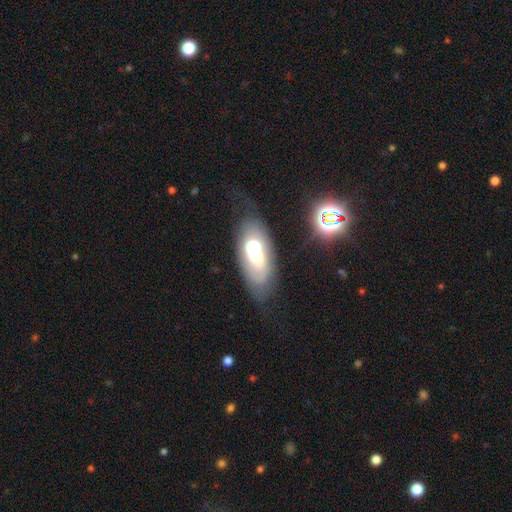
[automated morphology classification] smooth_or_featured: featured or disk (p=0.43) [alt: smooth p=0.42]
merging: none (p=0.46) [alt: minor disturbance p=0.21]